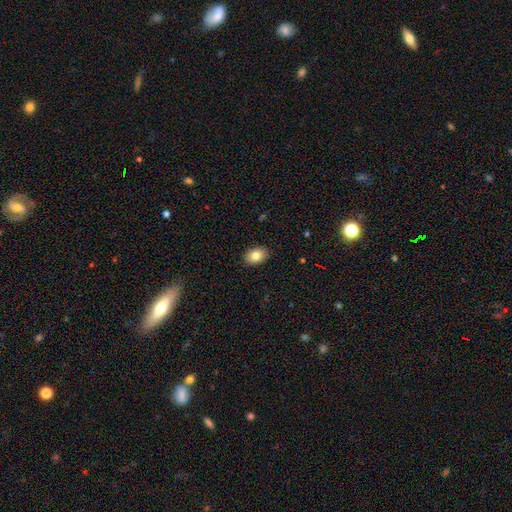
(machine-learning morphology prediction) smooth 82%, featured or disk 10%, star or artifact 8%. Down the decision tree: how rounded — in between (82%); merging — none (89%).